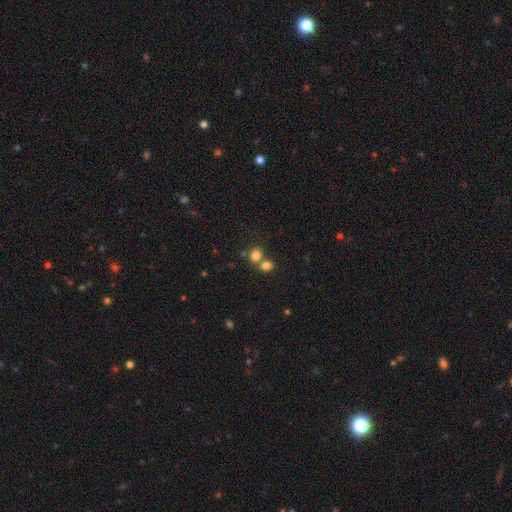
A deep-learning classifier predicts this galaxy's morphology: Smooth or featured?
  - smooth: 80% *
  - star or artifact: 13%
  - featured or disk: 8%
How rounded?
  - round: 73% *
  - in between: 26%
  - cigar-shaped: 1%
Merging?
  - none: 45% * (tied)
  - merger: 45% * (tied)
  - minor disturbance: 7%
  - major disturbance: 3%